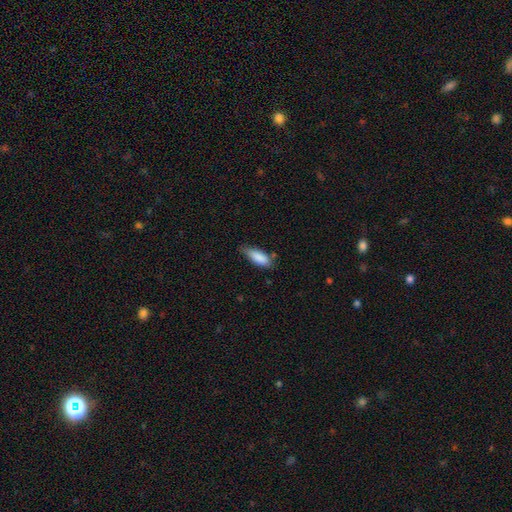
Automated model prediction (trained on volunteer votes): smooth-or-featured: smooth: 86% | featured or disk: 7% | star or artifact: 7%
  how-rounded: in between: 75% | cigar-shaped: 23% | round: 2%
  merging: none: 59% | minor disturbance: 32% | major disturbance: 5% | merger: 3%